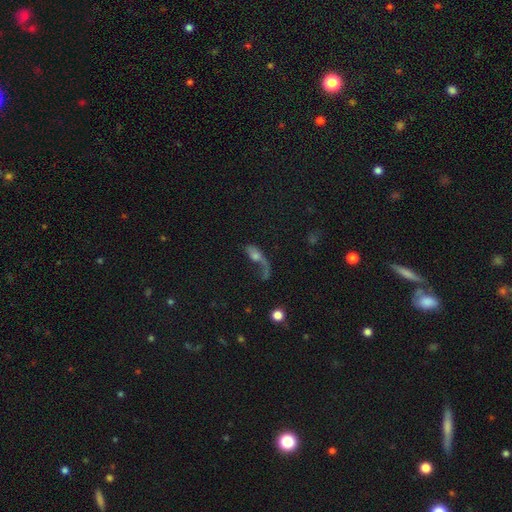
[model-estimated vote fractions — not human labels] Smooth or featured? featured or disk (49%)
Merging? major disturbance (49%)